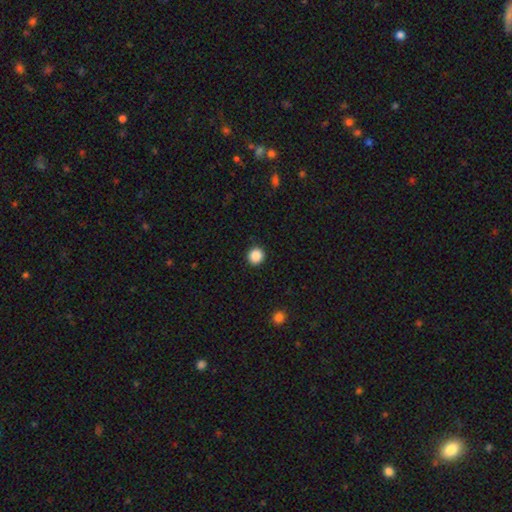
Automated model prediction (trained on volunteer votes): Smooth or featured: smooth — 88% (star or artifact — 10%)
How rounded: round — 94% (in between — 5%)
Merging: none — 92% (minor disturbance — 5%)